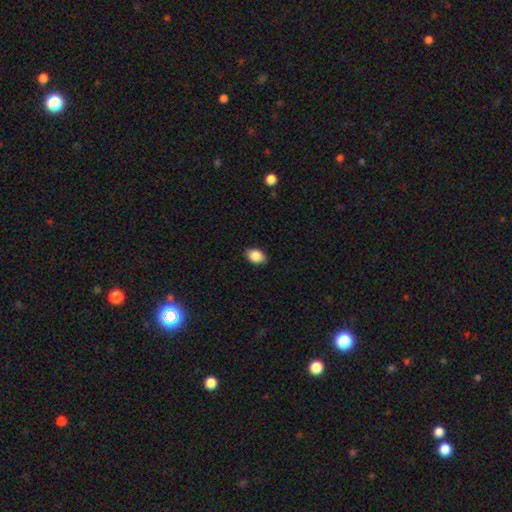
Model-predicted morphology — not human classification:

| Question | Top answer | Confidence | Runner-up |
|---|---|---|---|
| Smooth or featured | smooth | 88% | star or artifact (8%) |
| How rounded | in between | 82% | round (17%) |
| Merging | none | 88% | minor disturbance (9%) |